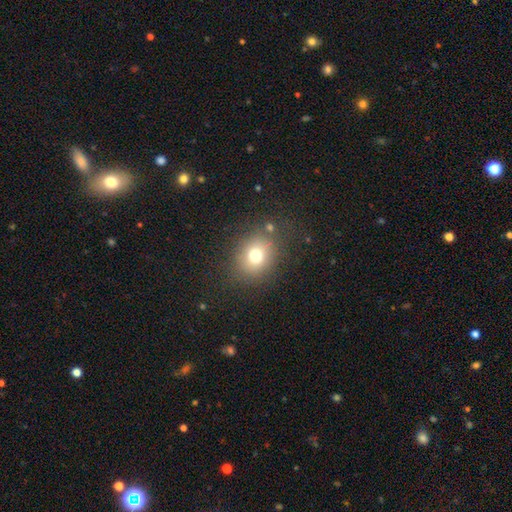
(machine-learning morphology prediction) Smooth or featured: smooth — 73% (star or artifact — 15%)
How rounded: round — 64% (in between — 35%)
Merging: none — 79% (minor disturbance — 12%)